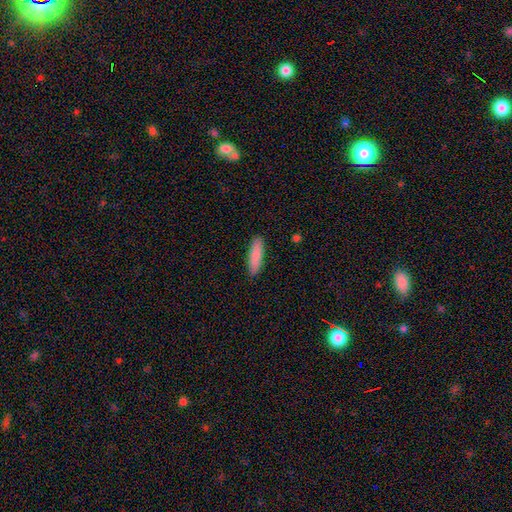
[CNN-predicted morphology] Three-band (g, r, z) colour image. It shows a smooth galaxy with no disk features (87%) that is cigar-shaped (69%). Merging: none (90%).